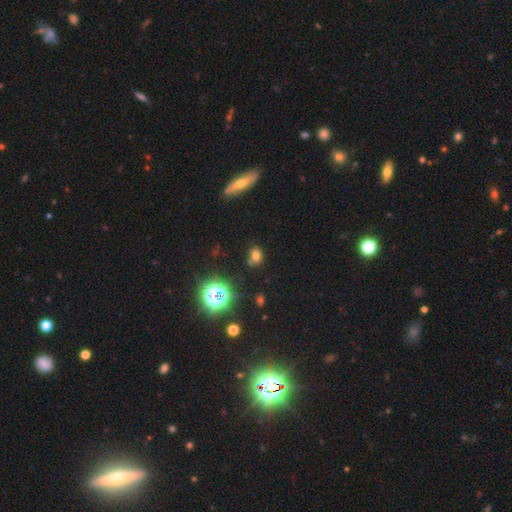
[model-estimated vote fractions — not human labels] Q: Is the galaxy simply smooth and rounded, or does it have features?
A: smooth — 64%.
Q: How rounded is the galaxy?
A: in between — 57%.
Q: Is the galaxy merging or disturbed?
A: none — 68%.